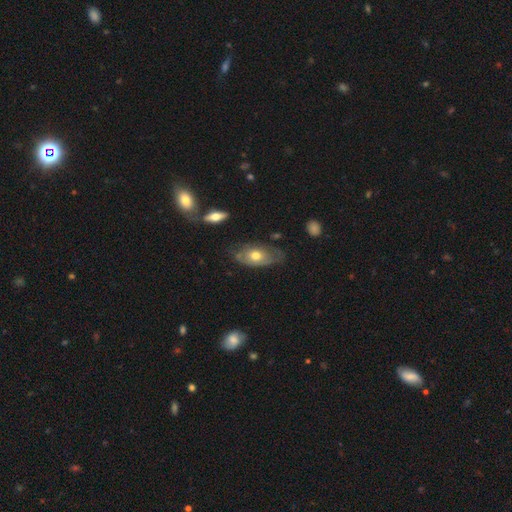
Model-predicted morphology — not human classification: Smooth or featured?
  - smooth: 49% *
  - featured or disk: 45%
  - star or artifact: 7%
Merging?
  - none: 55% *
  - minor disturbance: 31%
  - major disturbance: 11%
  - merger: 3%